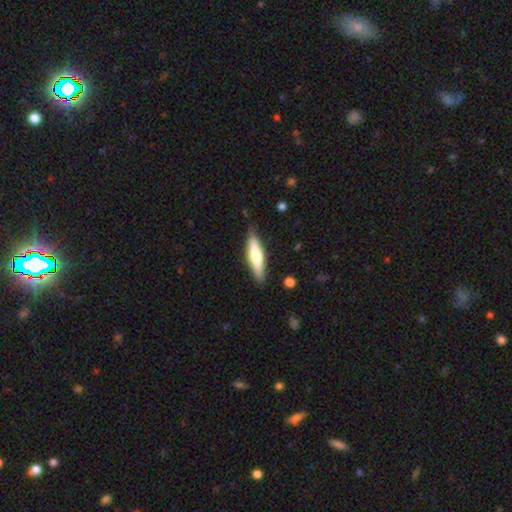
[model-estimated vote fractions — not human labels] Smooth or featured: smooth — 56% (featured or disk — 39%)
How rounded: cigar-shaped — 75% (in between — 24%)
Merging: none — 85% (minor disturbance — 12%)